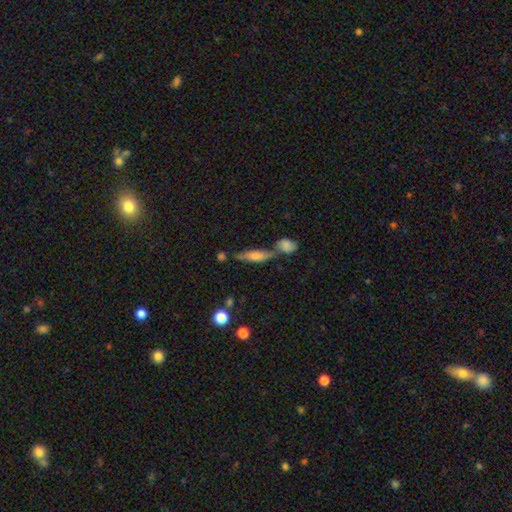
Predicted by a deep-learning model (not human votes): Smooth or featured: featured or disk — 47% (smooth — 39%)
Merging: none — 58% (merger — 26%)